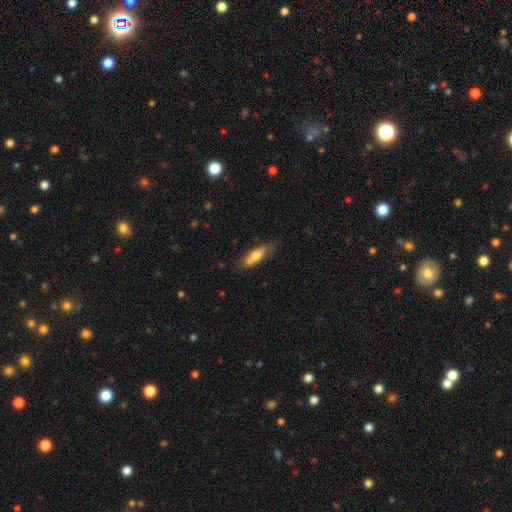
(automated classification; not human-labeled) The model was most divided on "how rounded": in between: 54%, cigar-shaped: 43%, round: 3%. More confident: merging — none (65%); smooth or featured — smooth (62%).